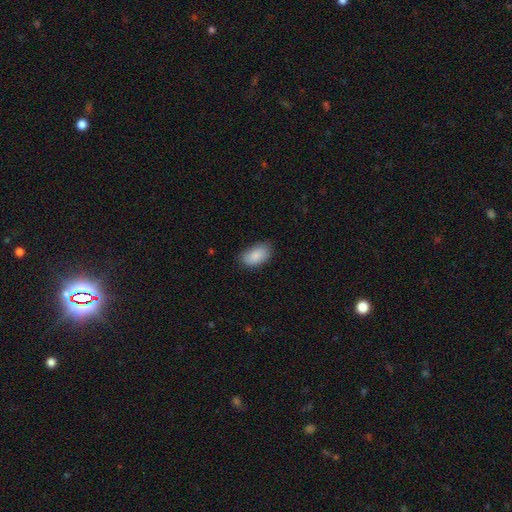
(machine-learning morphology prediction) This appears to be a smooth galaxy with no disk features (88%) that is in between round and cigar-shaped (94%). Merging: none (77%).